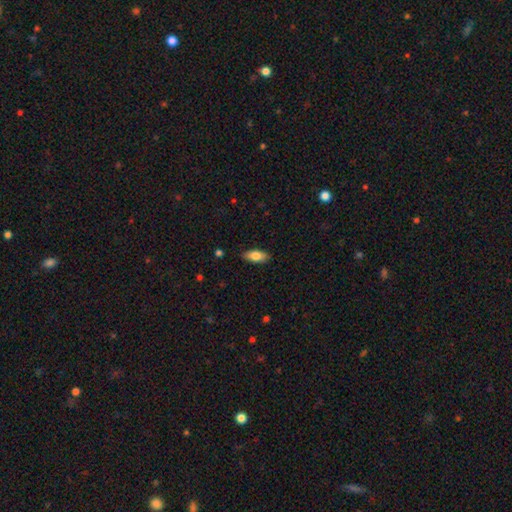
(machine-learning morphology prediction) Smooth or featured: smooth — 78% (featured or disk — 15%)
How rounded: in between — 83% (cigar-shaped — 14%)
Merging: none — 87% (minor disturbance — 10%)